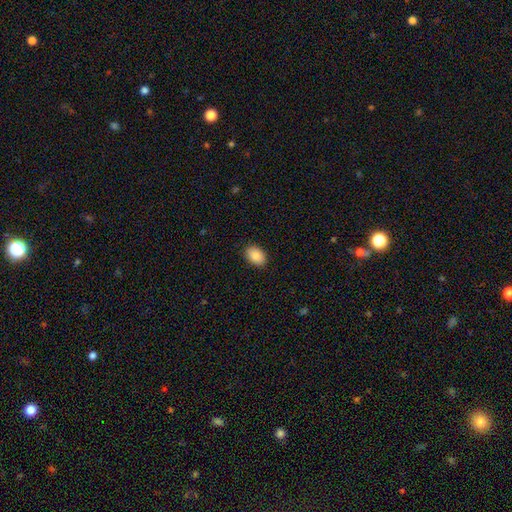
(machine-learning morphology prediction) smooth_or_featured: smooth (p=0.88) [alt: star or artifact p=0.07]
how_rounded: in between (p=0.86) [alt: round p=0.13]
merging: none (p=0.89) [alt: minor disturbance p=0.08]